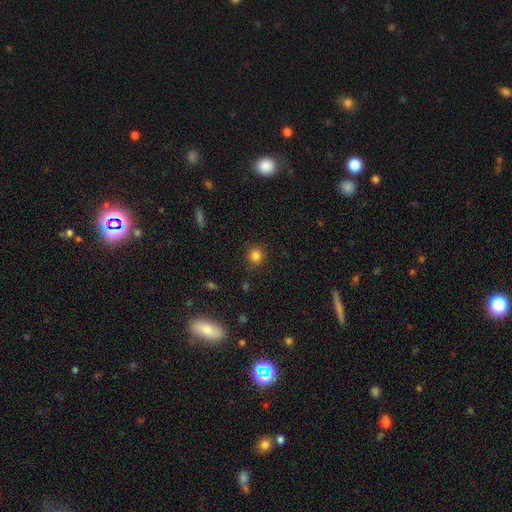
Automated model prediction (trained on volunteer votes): Smooth or featured? smooth (82%)
How rounded? round (92%)
Merging? none (89%)